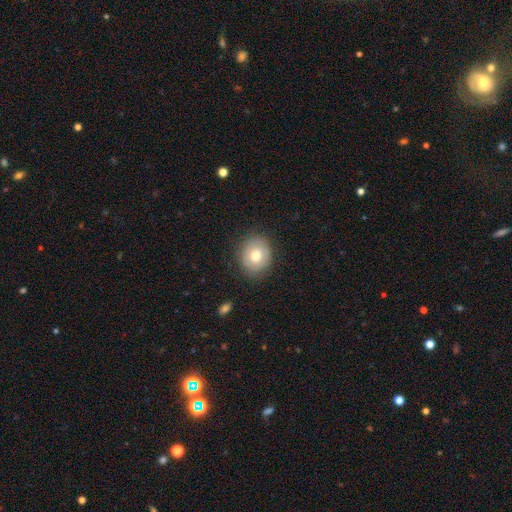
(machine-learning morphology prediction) type=smooth (60%); roundness=round (70%); merging=none (82%).